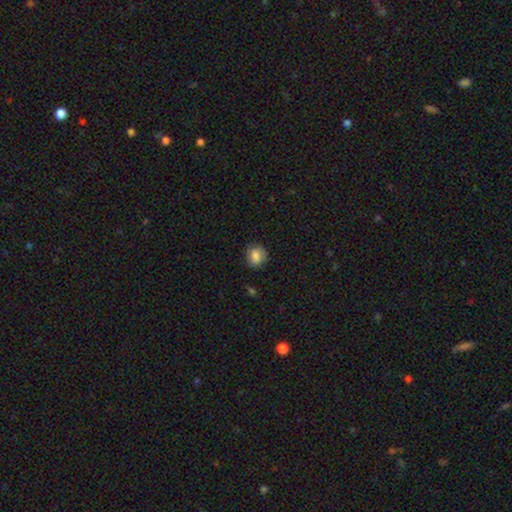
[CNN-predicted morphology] A smooth galaxy with no disk features (81%) that is round (73%). Merging: none (80%).